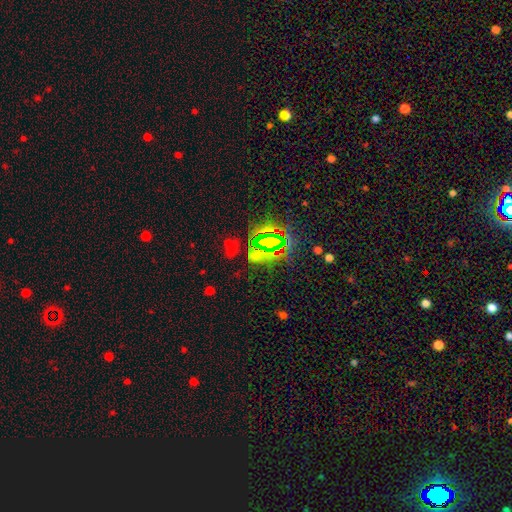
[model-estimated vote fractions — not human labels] Morphology: type=star or artifact (68%).